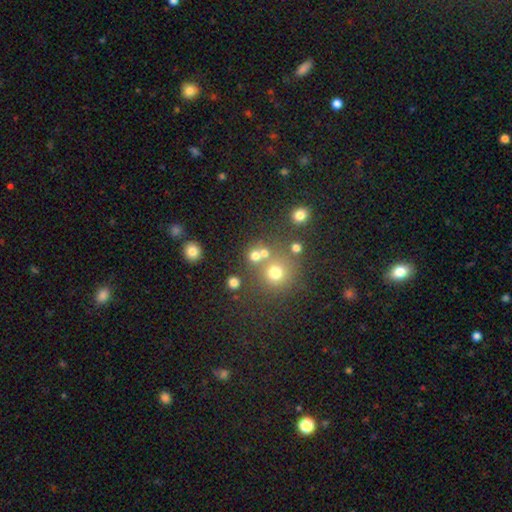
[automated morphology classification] smooth_or_featured: smooth (p=0.70) [alt: star or artifact p=0.20]
how_rounded: round (p=0.87) [alt: in between p=0.12]
merging: none (p=0.63) [alt: merger p=0.24]